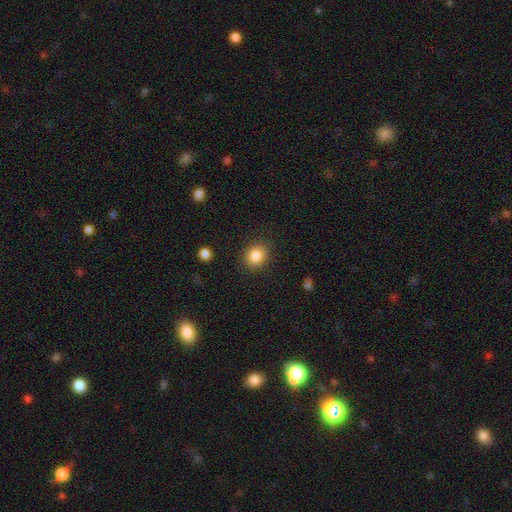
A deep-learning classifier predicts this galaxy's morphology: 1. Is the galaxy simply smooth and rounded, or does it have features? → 86% smooth, 9% star or artifact, 5% featured or disk.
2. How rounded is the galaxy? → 65% round, 34% in between, 1% cigar-shaped.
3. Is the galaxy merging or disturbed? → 87% none, 9% minor disturbance, 3% major disturbance, 1% merger.